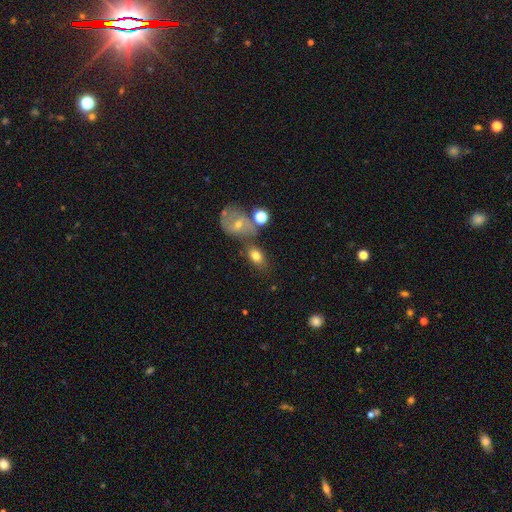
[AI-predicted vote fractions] The model was most divided on "merging": none: 57%, merger: 20%, minor disturbance: 16%, major disturbance: 6%. More confident: how rounded — in between (78%); smooth or featured — smooth (75%).